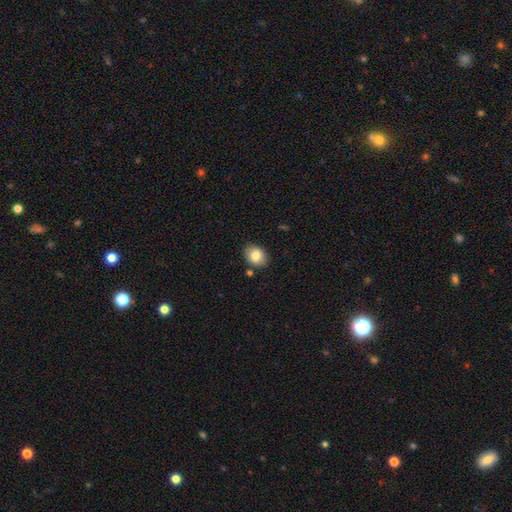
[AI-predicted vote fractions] smooth_or_featured: smooth (p=0.82) [alt: featured or disk p=0.09]
how_rounded: in between (p=0.65) [alt: round p=0.34]
merging: none (p=0.86) [alt: minor disturbance p=0.09]